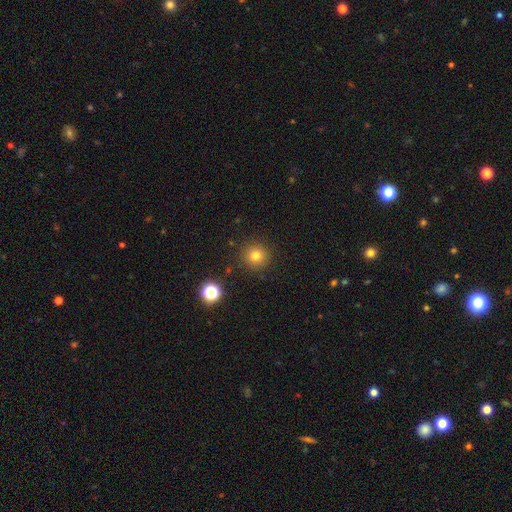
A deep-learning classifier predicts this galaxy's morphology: A smooth galaxy with no disk features (78%) that is round (94%).

Vote fractions:
- Smooth or featured? smooth: 78% / star or artifact: 15% / featured or disk: 7%
- How rounded? round: 94% / in between: 5% / cigar-shaped: 1%
- Merging? none: 90% / minor disturbance: 6% / major disturbance: 2% / merger: 2%